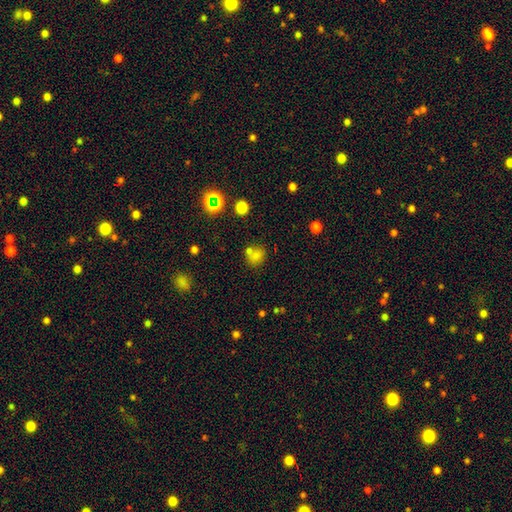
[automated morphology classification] smooth_or_featured: smooth (p=0.72) [alt: star or artifact p=0.19]
how_rounded: round (p=0.71) [alt: in between p=0.28]
merging: none (p=0.60) [alt: merger p=0.24]